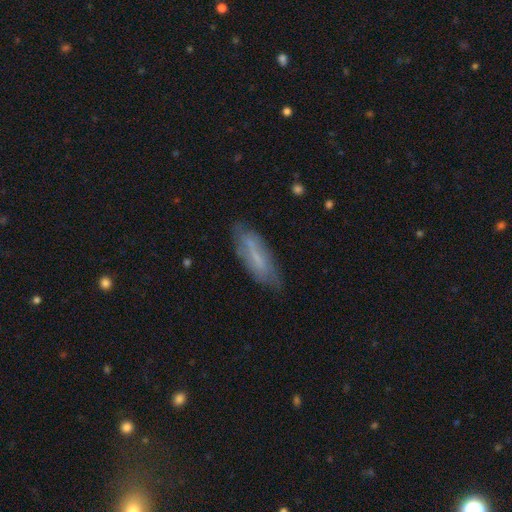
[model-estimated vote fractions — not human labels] A smooth galaxy with no disk features (53%) that is cigar-shaped (53%).

Vote fractions:
- Smooth or featured? smooth: 53% / featured or disk: 39% / star or artifact: 8%
- How rounded? cigar-shaped: 53% / in between: 46% / round: 2%
- Merging? none: 72% / minor disturbance: 21% / major disturbance: 5% / merger: 2%